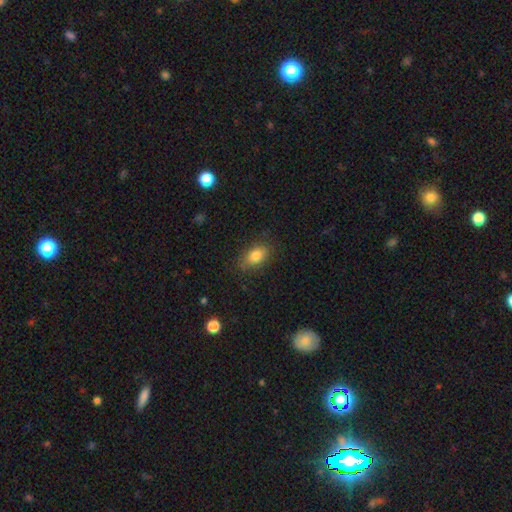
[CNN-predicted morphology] A smooth galaxy with no disk features (81%) that is in between round and cigar-shaped (87%). Merging: none (79%).